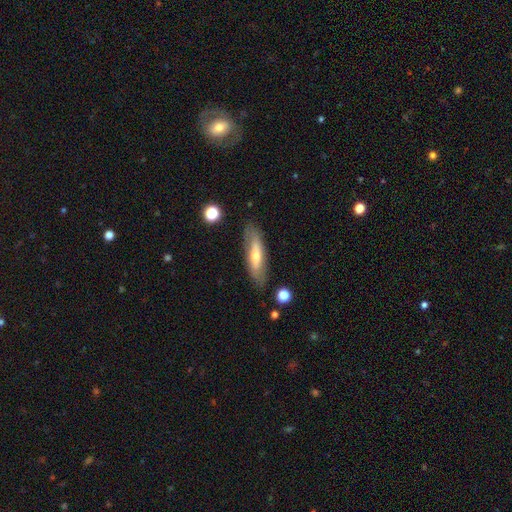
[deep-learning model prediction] smooth_or_featured: smooth (p=0.47) [alt: featured or disk p=0.46]
merging: none (p=0.80) [alt: minor disturbance p=0.14]